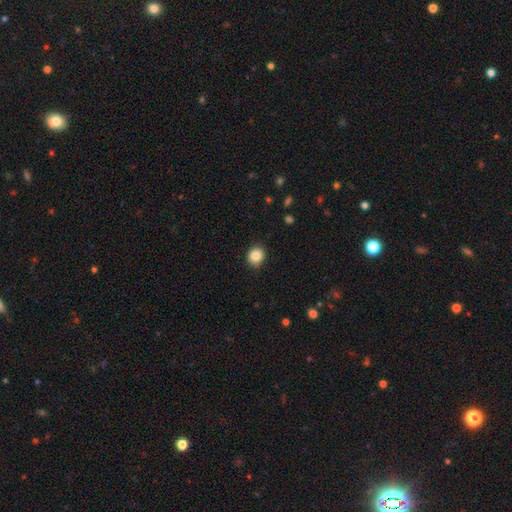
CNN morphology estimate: Smooth or featured?
  - smooth: 86% *
  - star or artifact: 9%
  - featured or disk: 5%
How rounded?
  - round: 76% *
  - in between: 24%
  - cigar-shaped: 1%
Merging?
  - none: 89% *
  - minor disturbance: 8%
  - major disturbance: 2%
  - merger: 1%